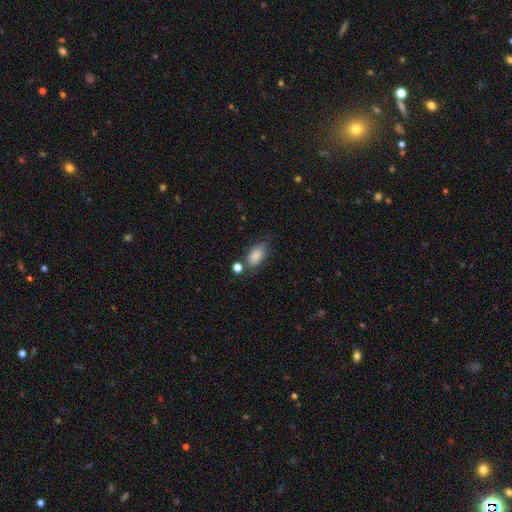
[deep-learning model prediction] This appears to be a smooth galaxy with no disk features (86%) that is in between round and cigar-shaped (90%). Merging: none (62%).